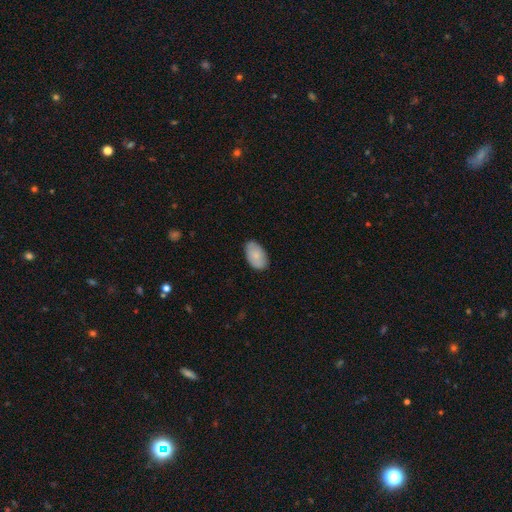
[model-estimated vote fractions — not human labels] Smooth or featured?
  - smooth: 78% *
  - featured or disk: 16%
  - star or artifact: 6%
How rounded?
  - in between: 93% *
  - round: 5%
  - cigar-shaped: 1%
Merging?
  - none: 81% *
  - minor disturbance: 15%
  - major disturbance: 3%
  - merger: 1%